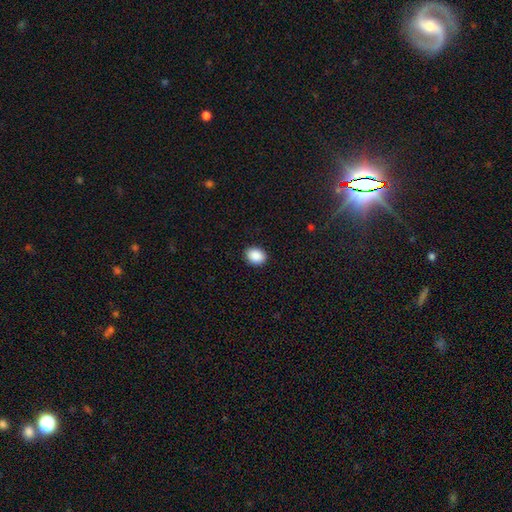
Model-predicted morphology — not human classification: The model was most divided on "how rounded": in between: 58%, round: 41%, cigar-shaped: 1%. More confident: merging — none (91%); smooth or featured — smooth (90%).